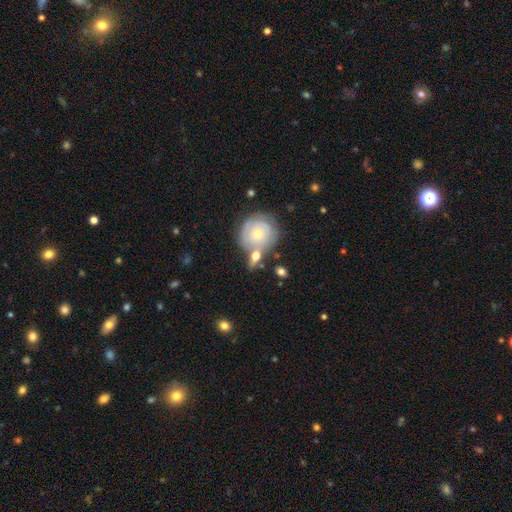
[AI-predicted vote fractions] This is possibly a featured or disk galaxy (47%). Merging: possibly none (51%).